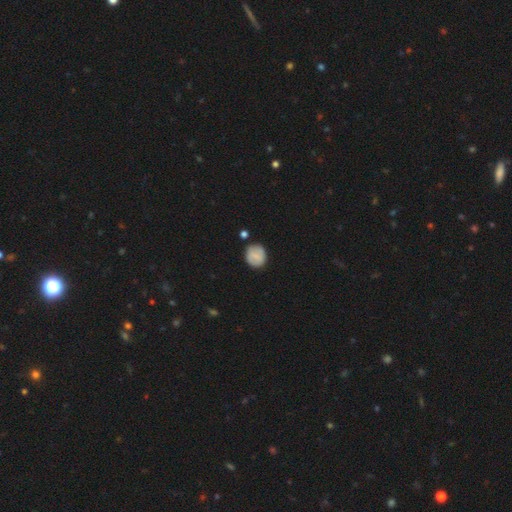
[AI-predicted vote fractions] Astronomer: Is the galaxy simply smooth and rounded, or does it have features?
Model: smooth — 74%.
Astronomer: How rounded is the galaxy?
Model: round — 77%.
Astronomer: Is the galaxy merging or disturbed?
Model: none — 79%.